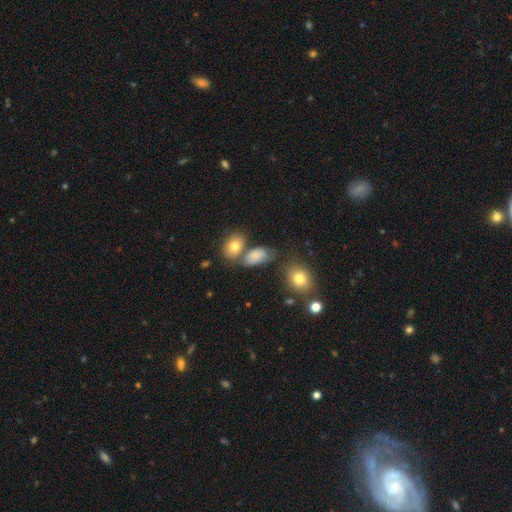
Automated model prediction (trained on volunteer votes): A smooth galaxy with no disk features (72%) that is in between round and cigar-shaped (86%). Merging: none (50%).